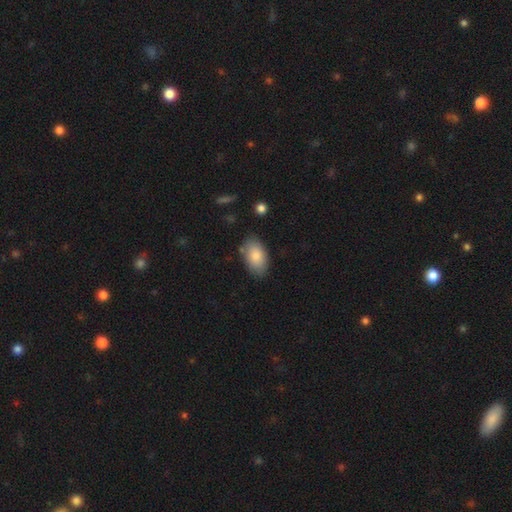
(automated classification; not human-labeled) Morphology: type=smooth (83%); roundness=in between (93%); merging=none (79%).